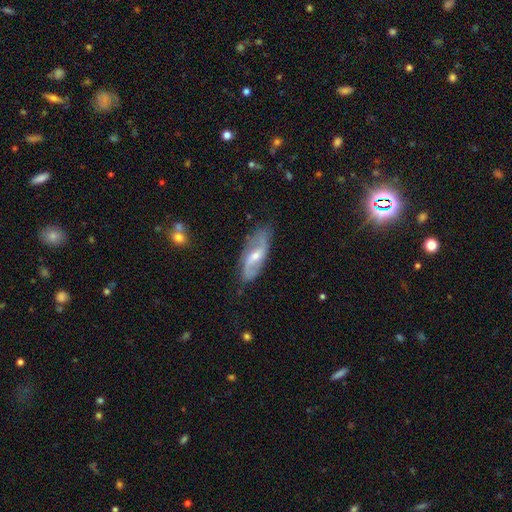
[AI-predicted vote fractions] Smooth or featured: featured or disk — 77% (smooth — 17%)
Edge-on disk: no — 88% (yes — 12%)
Bar: weak — 47% (no — 31%)
Spiral arms: yes — 91% (no — 9%)
Spiral winding: loose — 53% (medium — 33%)
Spiral arm count: 2 — 87% (can't tell — 7%)
Bulge size: small — 51% (moderate — 45%)
Merging: none — 77% (minor disturbance — 17%)